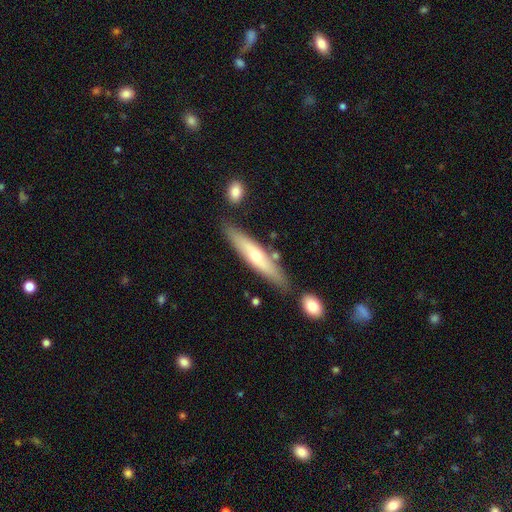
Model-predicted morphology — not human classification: Smooth or featured? Predicted: featured or disk (p=0.48). Merging? Predicted: none (p=0.79).